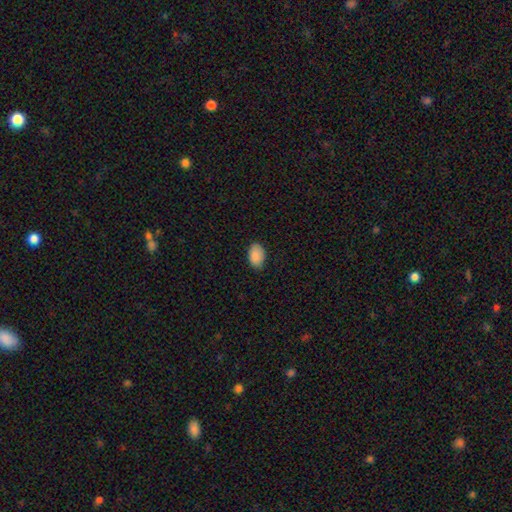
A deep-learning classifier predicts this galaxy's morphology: smooth_or_featured: smooth (p=0.88) [alt: star or artifact p=0.07]
how_rounded: in between (p=0.90) [alt: round p=0.09]
merging: none (p=0.83) [alt: minor disturbance p=0.14]